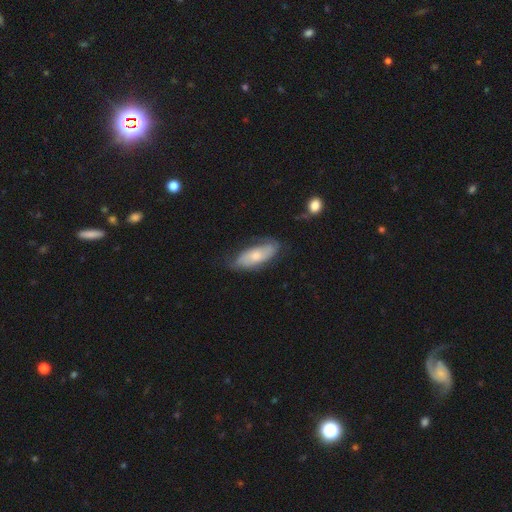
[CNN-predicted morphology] A smooth galaxy with no disk features (54%) that is in between round and cigar-shaped (77%). Merging: none (65%).